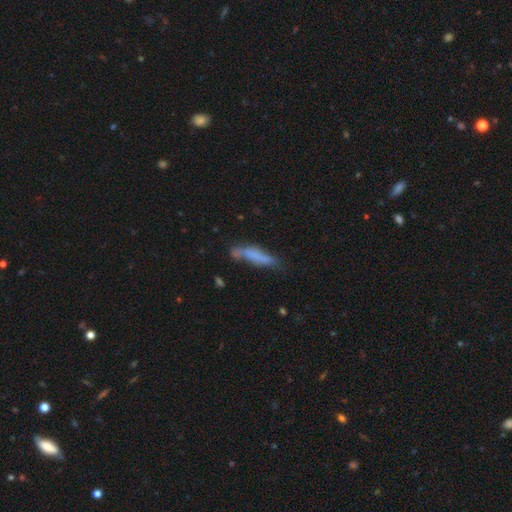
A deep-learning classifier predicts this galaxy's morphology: Smooth or featured?
  - smooth: 67% *
  - featured or disk: 25%
  - star or artifact: 8%
How rounded?
  - cigar-shaped: 81% *
  - in between: 17%
  - round: 2%
Merging?
  - none: 54% *
  - minor disturbance: 28%
  - major disturbance: 12%
  - merger: 7%